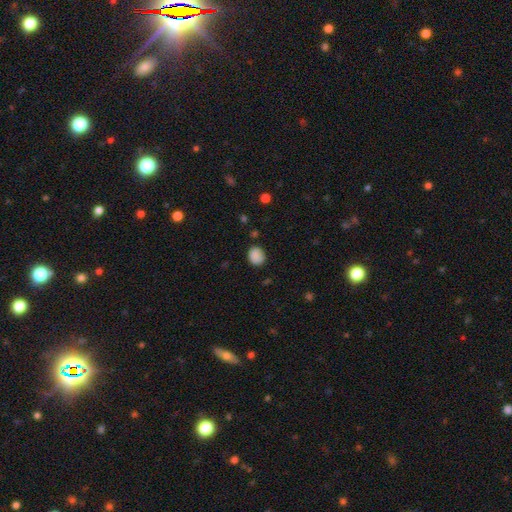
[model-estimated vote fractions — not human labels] A smooth galaxy with no disk features (86%) that is round (61%).

Vote fractions:
- Smooth or featured? smooth: 86% / star or artifact: 9% / featured or disk: 5%
- How rounded? round: 61% / in between: 38% / cigar-shaped: 1%
- Merging? none: 78% / minor disturbance: 17% / major disturbance: 4% / merger: 2%